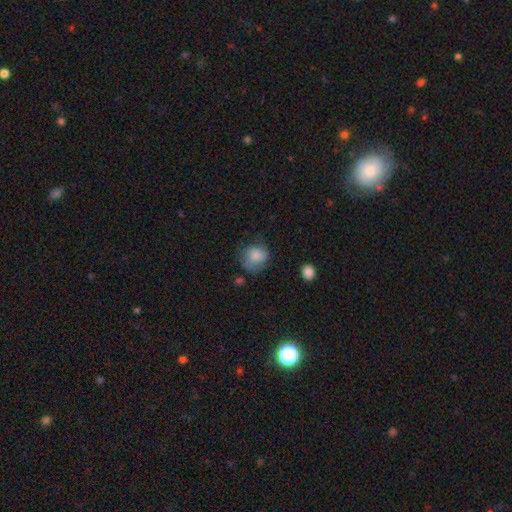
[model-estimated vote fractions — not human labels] Smooth or featured? smooth (78%)
How rounded? round (79%)
Merging? none (54%)